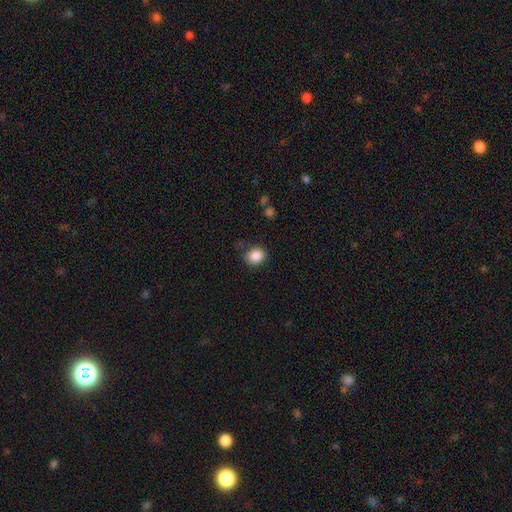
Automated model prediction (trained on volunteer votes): Smooth or featured?
  - smooth: 87% *
  - star or artifact: 9%
  - featured or disk: 4%
How rounded?
  - round: 68% *
  - in between: 31%
  - cigar-shaped: 1%
Merging?
  - none: 78% *
  - minor disturbance: 16%
  - major disturbance: 4%
  - merger: 2%